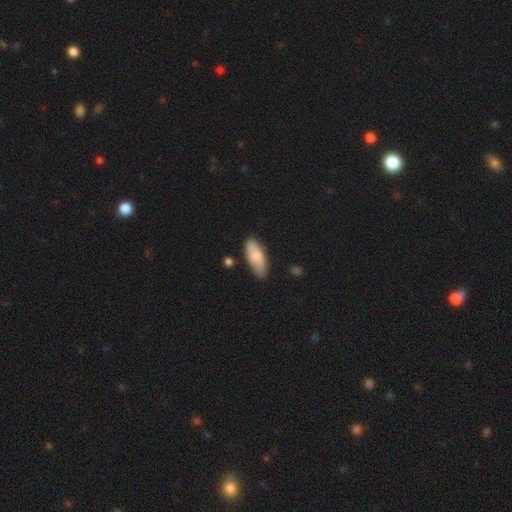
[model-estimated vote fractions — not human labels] Q: Smooth or featured?
A: smooth (78%); runner-up: featured or disk (16%)
Q: How rounded?
A: in between (81%); runner-up: cigar-shaped (17%)
Q: Merging?
A: none (74%); runner-up: minor disturbance (20%)